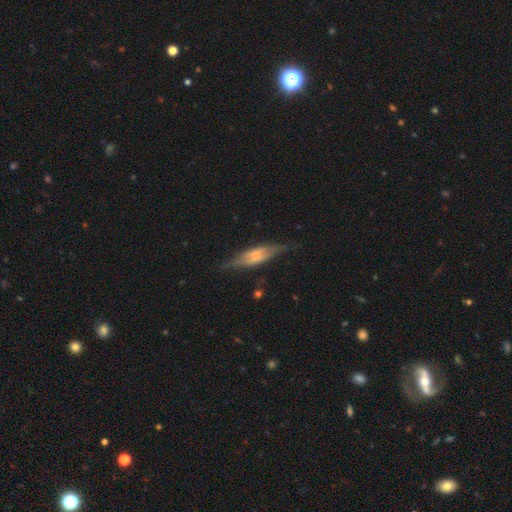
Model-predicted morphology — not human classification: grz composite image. It shows a featured or disk galaxy (68%) viewed edge-on (90%) with a boxy central bulge (47%). Merging: none (73%).